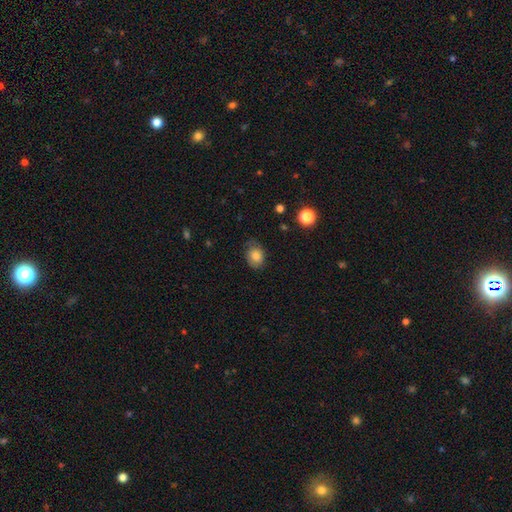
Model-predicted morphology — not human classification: A smooth galaxy with no disk features (78%) that is in between round and cigar-shaped (61%).

Vote fractions:
- Smooth or featured? smooth: 78% / featured or disk: 13% / star or artifact: 9%
- How rounded? in between: 61% / round: 38% / cigar-shaped: 1%
- Merging? none: 68% / minor disturbance: 24% / major disturbance: 6% / merger: 1%